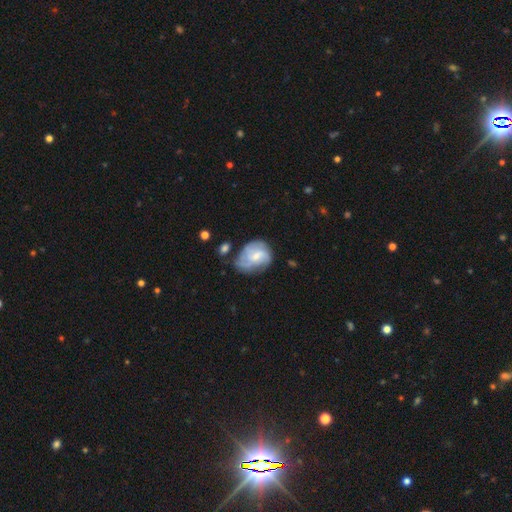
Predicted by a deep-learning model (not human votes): The model was most divided on "bar": no: 50%, weak: 42%, strong: 8%. Remaining: edge-on disk — no (98%); spiral arms — yes (80%); smooth or featured — featured or disk (63%); bulge size — small (52%); merging — none (47%).